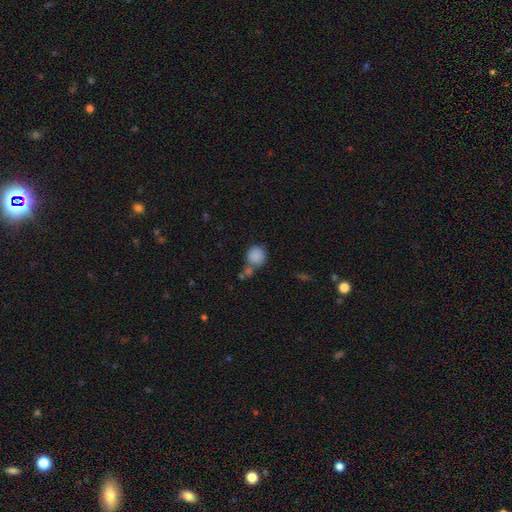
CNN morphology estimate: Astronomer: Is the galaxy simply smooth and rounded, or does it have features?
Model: smooth — 85%.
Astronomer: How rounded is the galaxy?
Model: round — 86%.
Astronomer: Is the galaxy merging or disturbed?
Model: none — 56%.